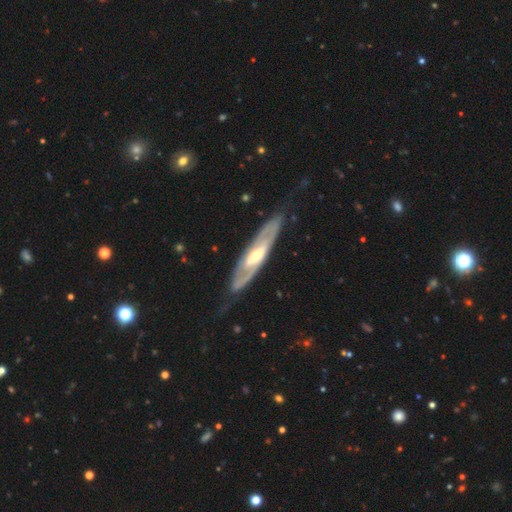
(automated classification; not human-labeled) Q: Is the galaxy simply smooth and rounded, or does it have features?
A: featured or disk — 81%.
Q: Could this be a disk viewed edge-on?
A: no — 71%.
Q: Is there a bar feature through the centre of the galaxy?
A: weak — 36%, tied with no.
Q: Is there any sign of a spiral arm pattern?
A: yes — 79%.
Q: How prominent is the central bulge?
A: moderate — 53%.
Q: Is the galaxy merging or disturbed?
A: none — 75%.